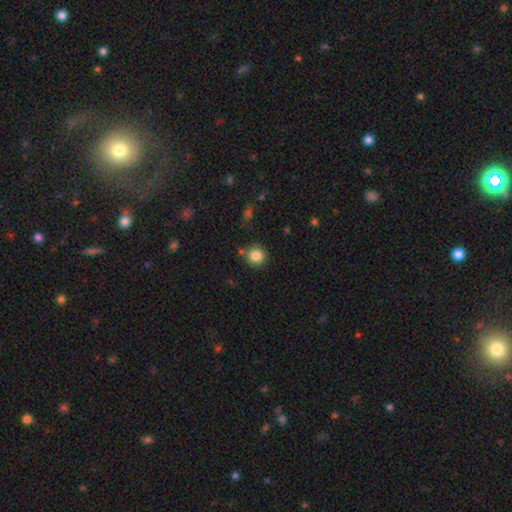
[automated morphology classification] smooth_or_featured: smooth (p=0.84) [alt: star or artifact p=0.11]
how_rounded: round (p=0.92) [alt: in between p=0.07]
merging: none (p=0.82) [alt: minor disturbance p=0.09]